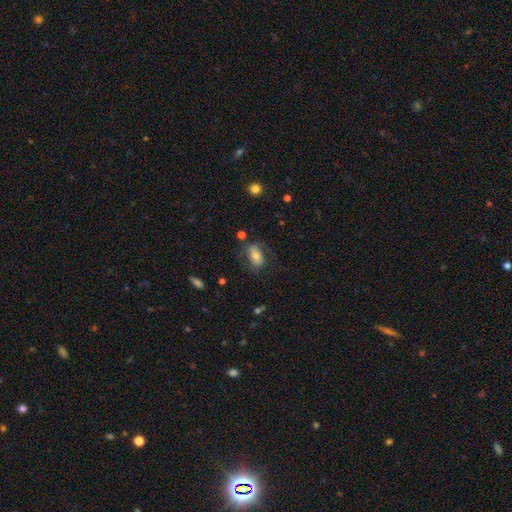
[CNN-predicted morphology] smooth_or_featured: smooth (p=0.56) [alt: featured or disk p=0.34]
how_rounded: in between (p=0.87) [alt: round p=0.09]
merging: none (p=0.61) [alt: minor disturbance p=0.20]